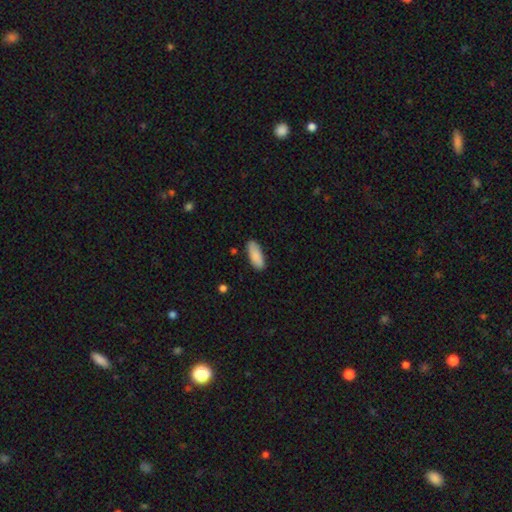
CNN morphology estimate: Overall: smooth (88%). How rounded: in between (75%). Merging: none (84%).